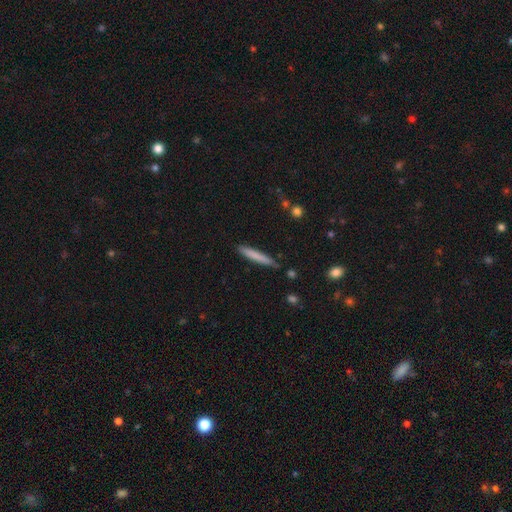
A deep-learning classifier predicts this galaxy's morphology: Smooth or featured: smooth — 75% (featured or disk — 20%)
How rounded: cigar-shaped — 95% (in between — 4%)
Merging: none — 84% (minor disturbance — 12%)